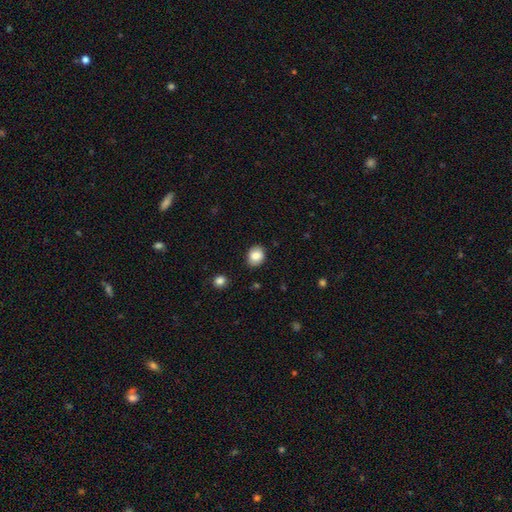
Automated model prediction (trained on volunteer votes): Overall: smooth (84%). How rounded: round (55%; in between 44%). Merging: none (87%).